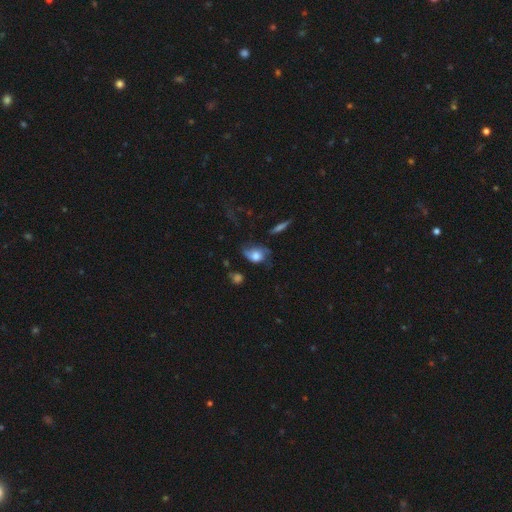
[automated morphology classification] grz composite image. It shows a smooth galaxy with no disk features (54%) that is in between round and cigar-shaped (66%). Merging: none (38%).